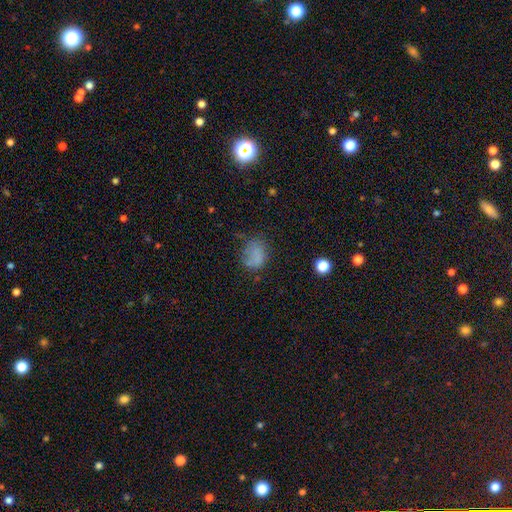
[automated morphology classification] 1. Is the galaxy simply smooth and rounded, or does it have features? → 71% smooth, 15% star or artifact, 14% featured or disk.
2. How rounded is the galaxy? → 55% in between, 44% round, 1% cigar-shaped.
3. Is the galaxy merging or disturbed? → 49% none, 28% minor disturbance, 19% major disturbance, 4% merger.